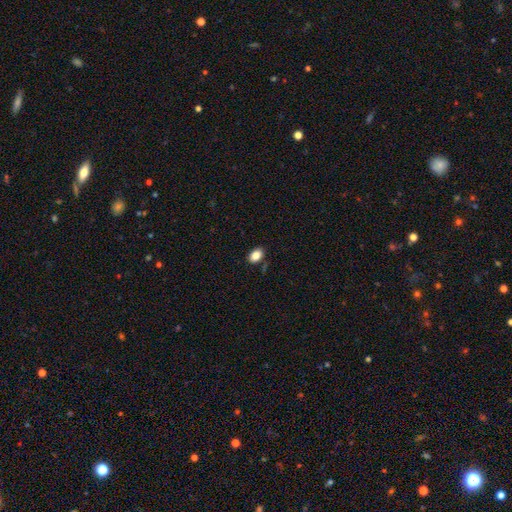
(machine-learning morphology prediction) This is clearly a smooth galaxy (85%). How rounded: clearly in between (83%). Merging: clearly none (85%).